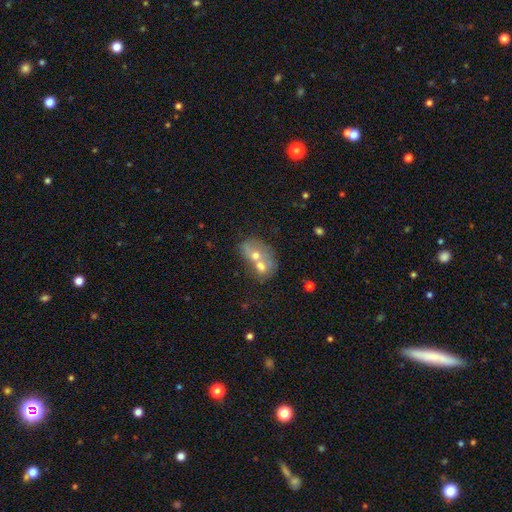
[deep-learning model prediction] Morphology: type=smooth (52%); roundness=in between (62%); merging=merger (73%).